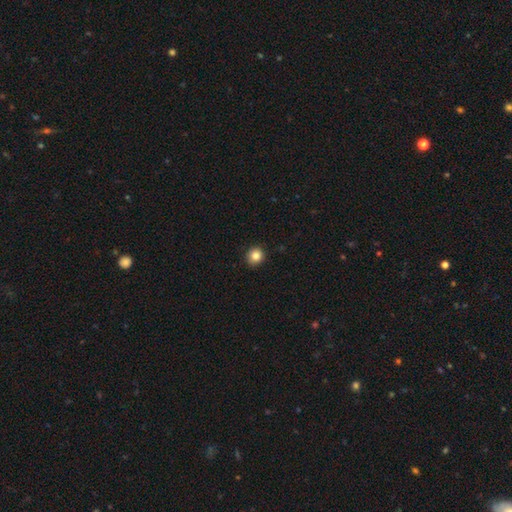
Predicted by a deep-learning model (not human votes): This is clearly a smooth galaxy (84%). How rounded: clearly round (88%). Merging: clearly none (91%).